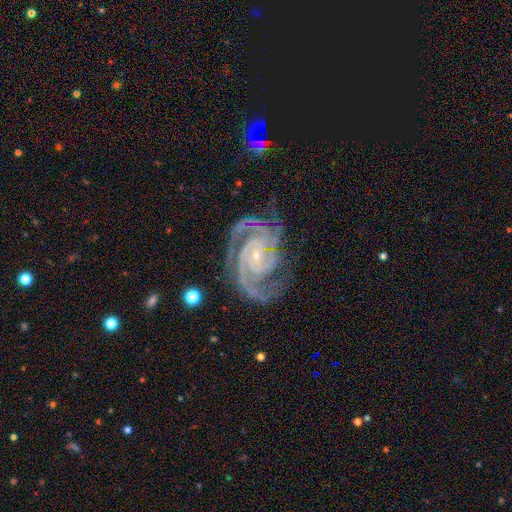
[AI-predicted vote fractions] This is clearly a featured or disk galaxy (93%). It is clearly not viewed edge-on (98%). Bar: likely no (64%). Spiral arm pattern: clearly yes (99%). Spiral arm count: marginally 3 (37%). Spiral winding: likely tight (69%). Central bulge: clearly small (85%). Merging: likely none (72%).